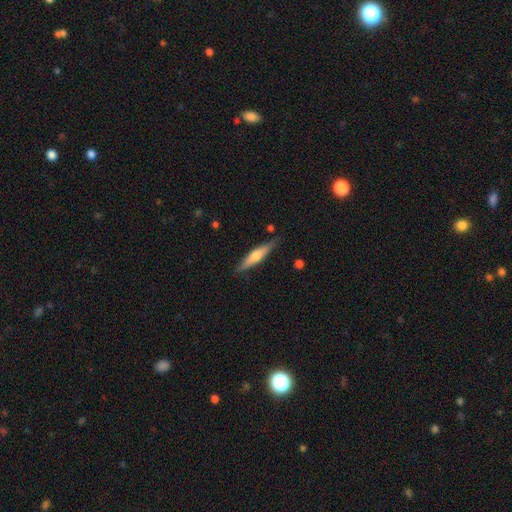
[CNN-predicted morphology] Overall: smooth (48%; featured or disk 46%). Merging: none (84%).